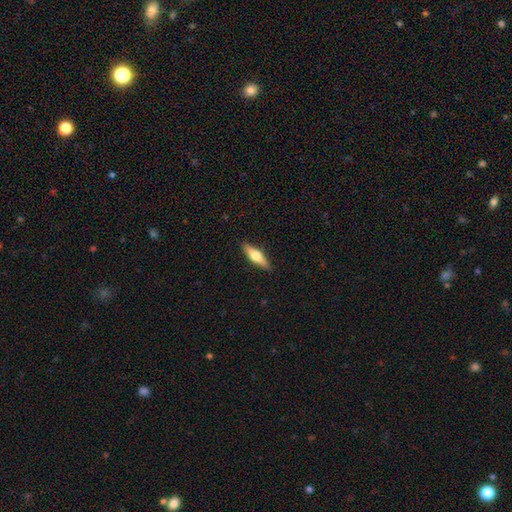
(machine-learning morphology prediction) This is possibly a featured or disk galaxy (49%). Merging: clearly none (90%).